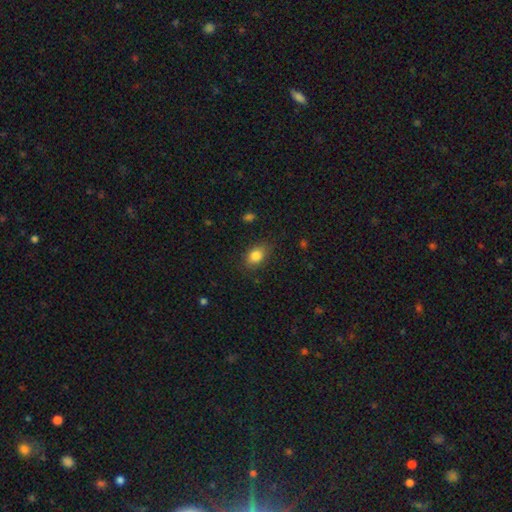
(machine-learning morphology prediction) Q: Smooth or featured?
A: smooth (84%); runner-up: star or artifact (9%)
Q: How rounded?
A: in between (75%); runner-up: round (24%)
Q: Merging?
A: none (80%); runner-up: minor disturbance (15%)